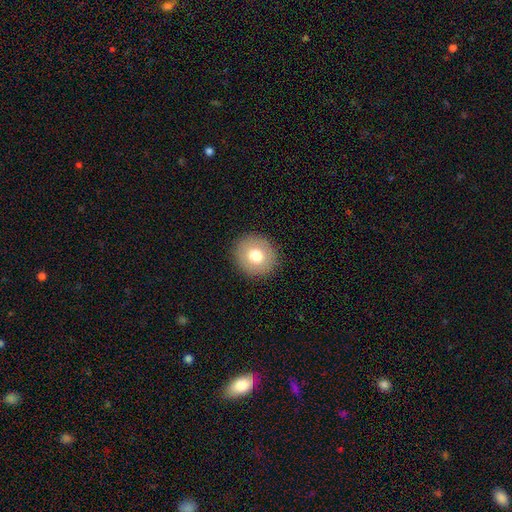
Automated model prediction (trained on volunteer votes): Q: Smooth or featured?
A: smooth (73%); runner-up: featured or disk (18%)
Q: How rounded?
A: round (88%); runner-up: in between (11%)
Q: Merging?
A: none (91%); runner-up: minor disturbance (6%)